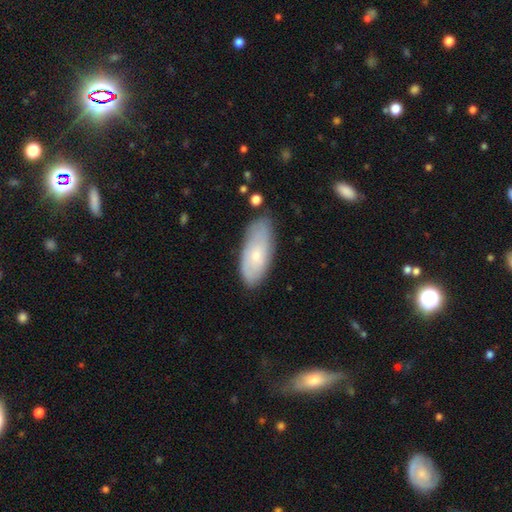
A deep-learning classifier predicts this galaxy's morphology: This appears to be a smooth galaxy with no disk features (58%) that is in between round and cigar-shaped (86%). Merging: none (75%).